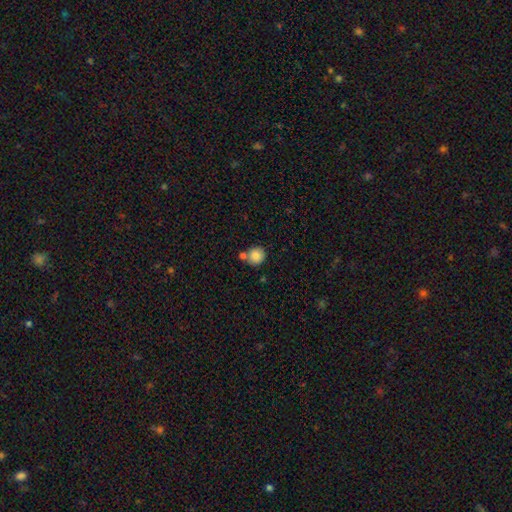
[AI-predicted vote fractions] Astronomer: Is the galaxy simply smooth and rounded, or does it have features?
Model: smooth — 84%.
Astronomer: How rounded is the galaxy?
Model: round — 90%.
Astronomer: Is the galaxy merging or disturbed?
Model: none — 67%.